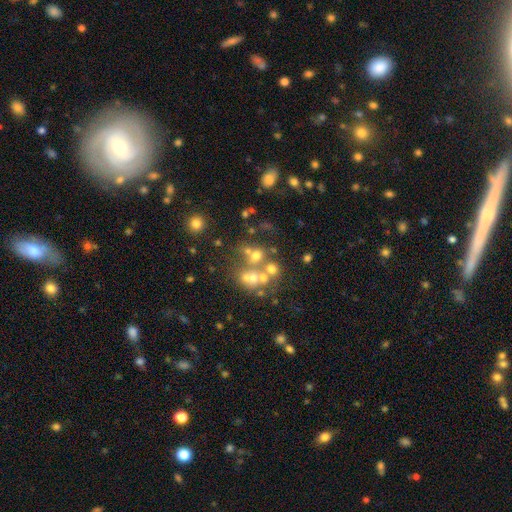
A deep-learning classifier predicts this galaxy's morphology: Q: Smooth or featured?
A: smooth (47%); runner-up: featured or disk (29%)
Q: Merging?
A: merger (42%); runner-up: none (41%)